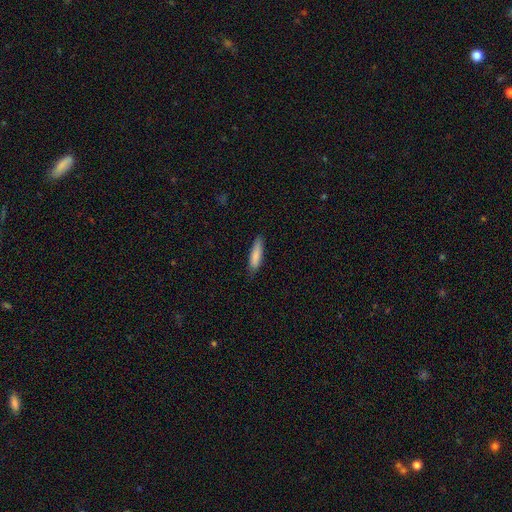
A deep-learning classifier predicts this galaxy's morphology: smooth-or-featured: smooth: 84% | featured or disk: 10% | star or artifact: 6%
  how-rounded: cigar-shaped: 74% | in between: 24% | round: 1%
  merging: none: 82% | minor disturbance: 14% | major disturbance: 2% | merger: 1%